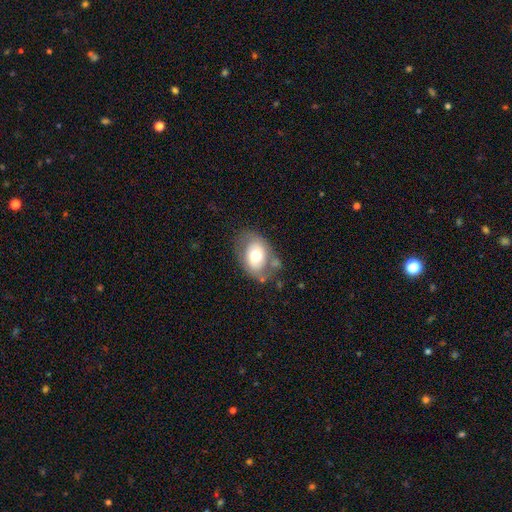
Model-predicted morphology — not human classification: Overall: smooth (60%; featured or disk 33%). How rounded: in between (75%). Merging: none (60%; minor disturbance 23%).